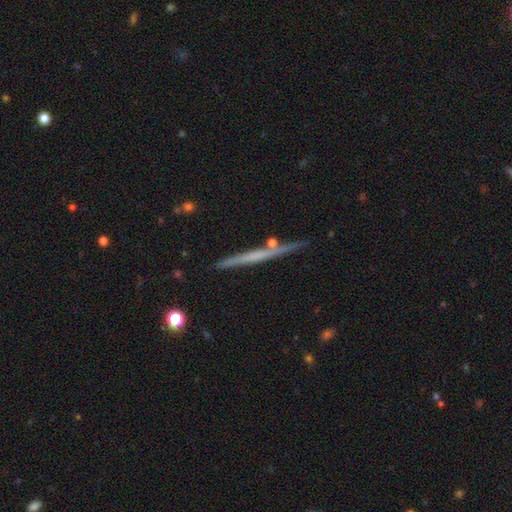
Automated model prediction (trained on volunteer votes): Q: Smooth or featured?
A: featured or disk (59%); runner-up: smooth (34%)
Q: Edge-on disk?
A: yes (97%); runner-up: no (3%)
Q: Edge-on bulge?
A: none (81%); runner-up: rounded (14%)
Q: Merging?
A: none (86%); runner-up: minor disturbance (9%)